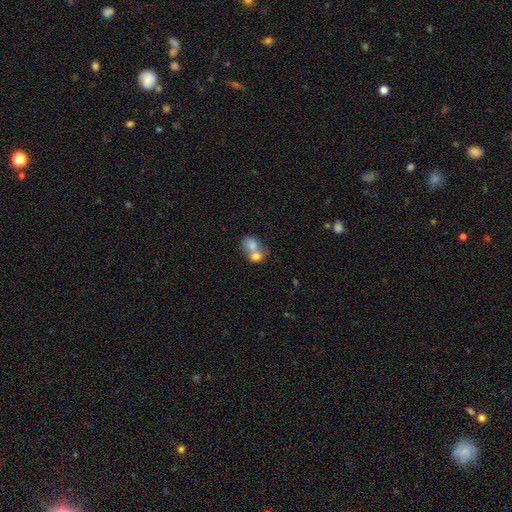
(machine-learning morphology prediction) Smooth or featured?
  - smooth: 70% *
  - featured or disk: 21%
  - star or artifact: 9%
How rounded?
  - round: 51% *
  - in between: 48%
  - cigar-shaped: 1%
Merging?
  - merger: 73% *
  - none: 17%
  - minor disturbance: 6%
  - major disturbance: 4%